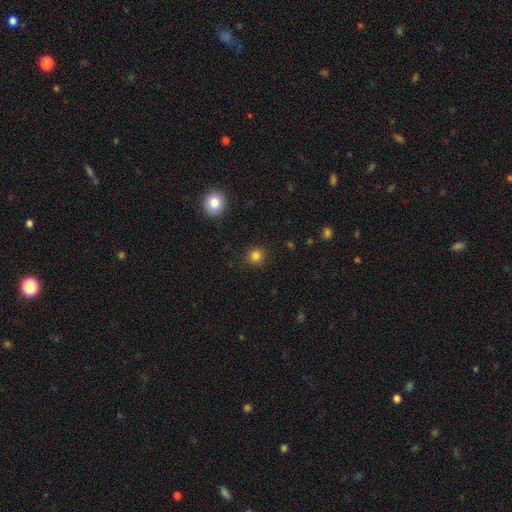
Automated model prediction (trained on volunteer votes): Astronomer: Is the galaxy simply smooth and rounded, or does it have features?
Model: smooth — 82%.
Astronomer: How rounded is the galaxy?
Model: round — 91%.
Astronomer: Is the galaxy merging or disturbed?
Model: none — 90%.